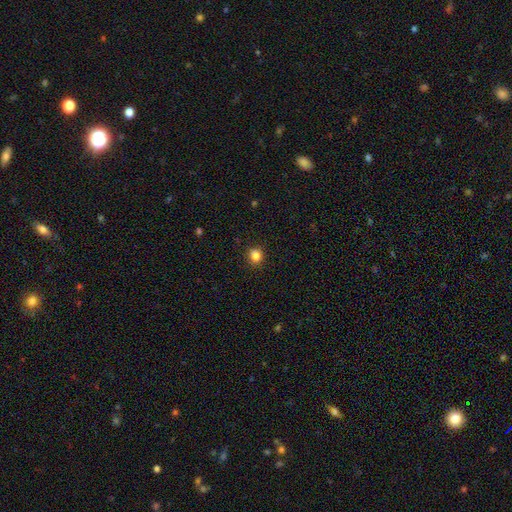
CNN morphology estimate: Smooth or featured? Predicted: smooth (p=0.84). How rounded? Predicted: round (p=0.76). Merging? Predicted: none (p=0.87).